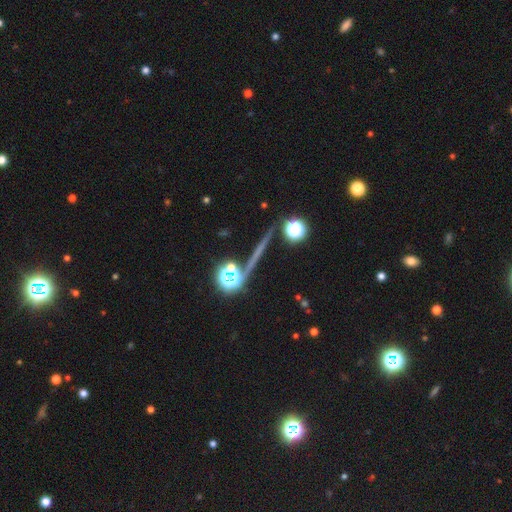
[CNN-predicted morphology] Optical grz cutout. It shows a star or artifact, not a galaxy (50%).